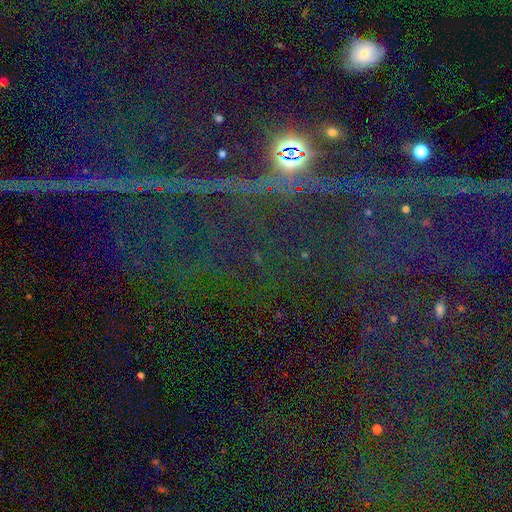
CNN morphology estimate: Overall: star or artifact (82%).